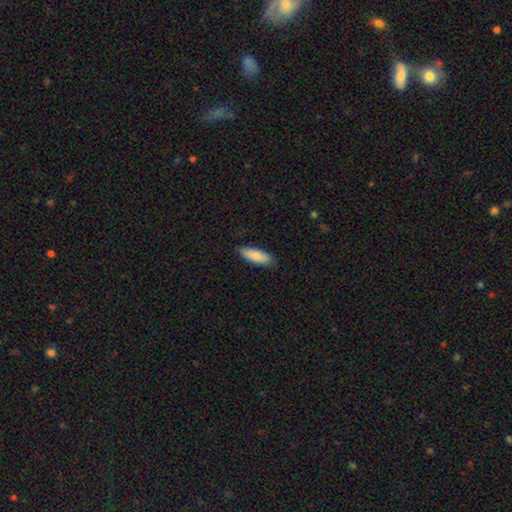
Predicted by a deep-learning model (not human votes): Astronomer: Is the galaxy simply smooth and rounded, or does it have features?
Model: smooth — 85%.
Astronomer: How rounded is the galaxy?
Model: in between — 56% (runner-up: cigar-shaped, 42%).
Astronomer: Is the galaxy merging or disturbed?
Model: none — 85%.